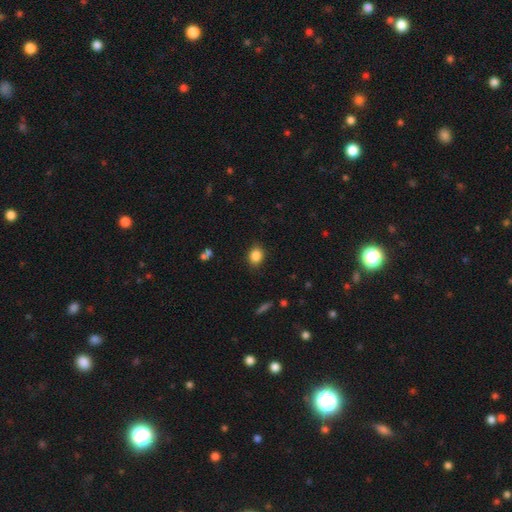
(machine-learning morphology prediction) Smooth or featured?
  - smooth: 85% *
  - star or artifact: 10%
  - featured or disk: 5%
How rounded?
  - round: 51% *
  - in between: 48%
  - cigar-shaped: 1%
Merging?
  - none: 86% *
  - minor disturbance: 10%
  - major disturbance: 3%
  - merger: 1%